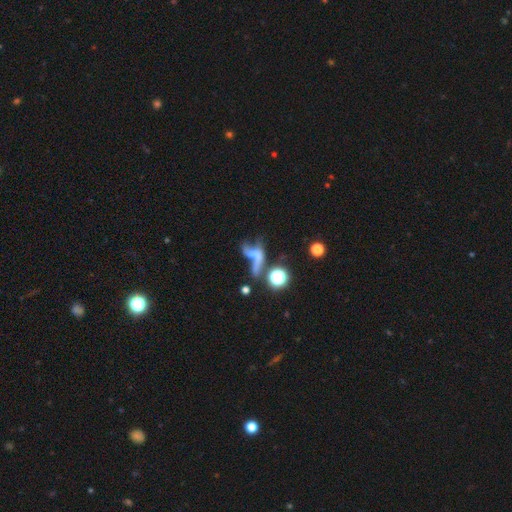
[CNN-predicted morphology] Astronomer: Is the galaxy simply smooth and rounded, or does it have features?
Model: featured or disk — 43% (runner-up: smooth, 32%).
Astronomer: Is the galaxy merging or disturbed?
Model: merger — 37% (runner-up: major disturbance, 31%).